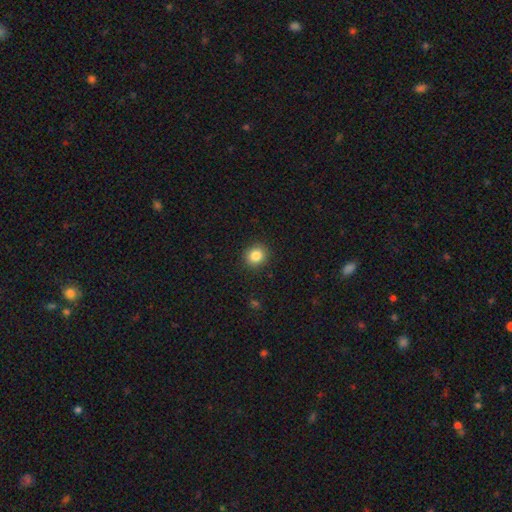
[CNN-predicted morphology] Overall: smooth (85%). How rounded: round (84%). Merging: none (91%).